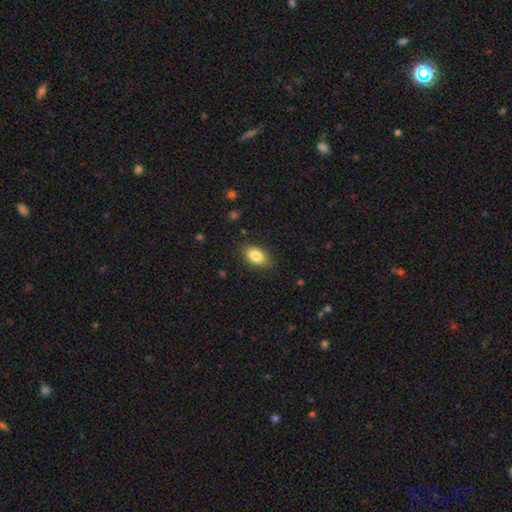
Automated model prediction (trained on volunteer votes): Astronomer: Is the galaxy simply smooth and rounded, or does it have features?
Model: smooth — 85%.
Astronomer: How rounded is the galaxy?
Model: in between — 90%.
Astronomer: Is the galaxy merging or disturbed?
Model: none — 84%.